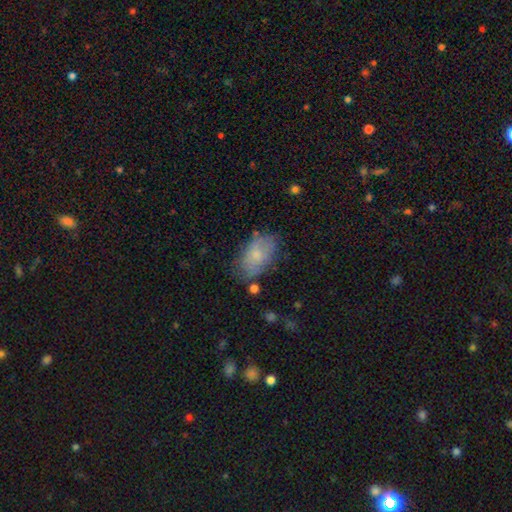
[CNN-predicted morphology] The model was most divided on "merging": none: 64%, minor disturbance: 24%, major disturbance: 7%, merger: 4%. More confident: how rounded — in between (92%); smooth or featured — smooth (73%).